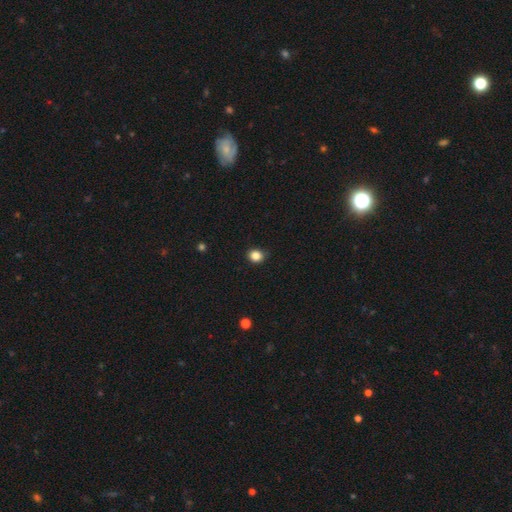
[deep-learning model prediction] A smooth galaxy with no disk features (85%) that is round (79%).

Vote fractions:
- Smooth or featured? smooth: 85% / star or artifact: 12% / featured or disk: 4%
- How rounded? round: 79% / in between: 20% / cigar-shaped: 1%
- Merging? none: 86% / minor disturbance: 11% / major disturbance: 2% / merger: 1%